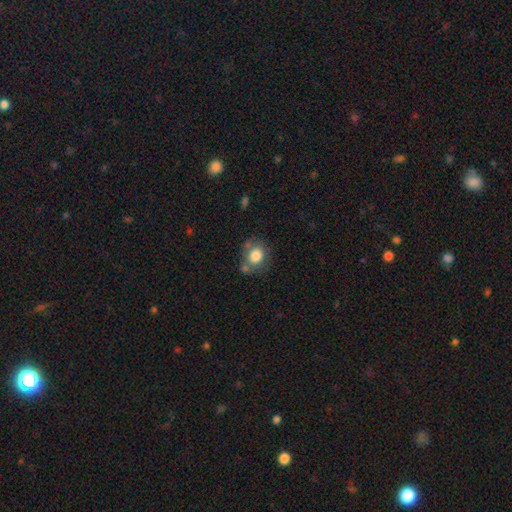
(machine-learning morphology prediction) The model was most divided on "how rounded": round: 67%, in between: 32%, cigar-shaped: 1%. More confident: smooth or featured — smooth (79%); merging — none (61%).